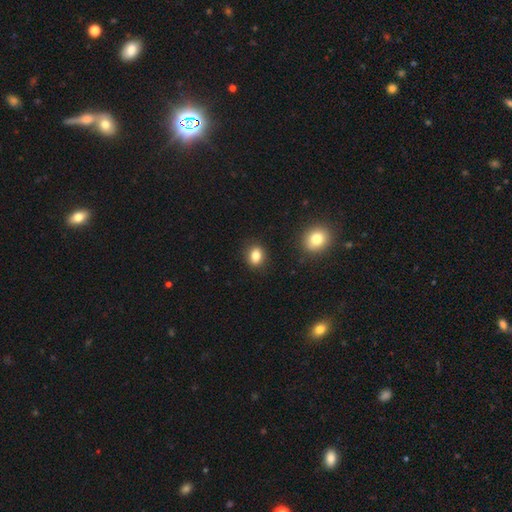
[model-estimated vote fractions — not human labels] smooth_or_featured: smooth (p=0.84) [alt: star or artifact p=0.11]
how_rounded: in between (p=0.55) [alt: round p=0.43]
merging: none (p=0.87) [alt: minor disturbance p=0.09]